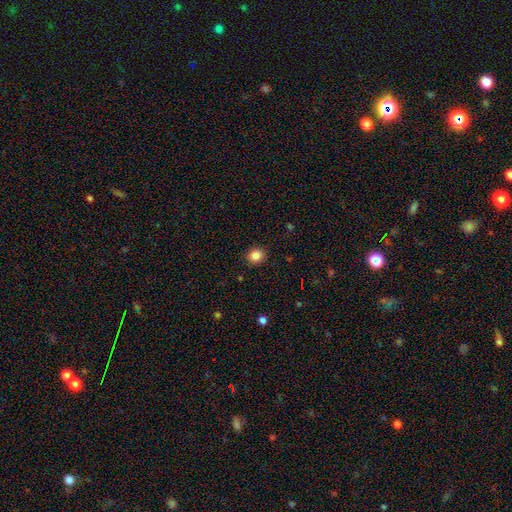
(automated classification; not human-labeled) Overall: smooth (86%). How rounded: round (75%). Merging: none (90%).